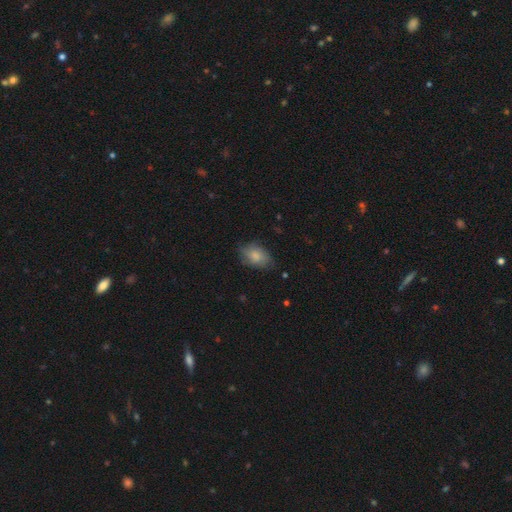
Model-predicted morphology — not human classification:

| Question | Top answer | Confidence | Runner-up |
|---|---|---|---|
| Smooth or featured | smooth | 78% | featured or disk (14%) |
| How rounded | in between | 84% | round (14%) |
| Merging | none | 68% | minor disturbance (25%) |